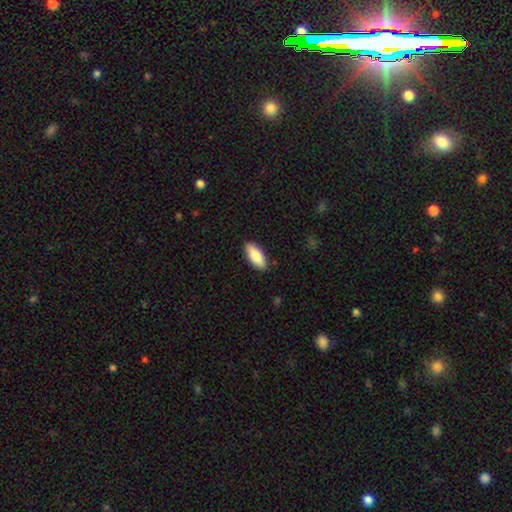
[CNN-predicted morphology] smooth_or_featured: smooth (p=0.84) [alt: featured or disk p=0.11]
how_rounded: in between (p=0.84) [alt: cigar-shaped p=0.14]
merging: none (p=0.88) [alt: minor disturbance p=0.09]